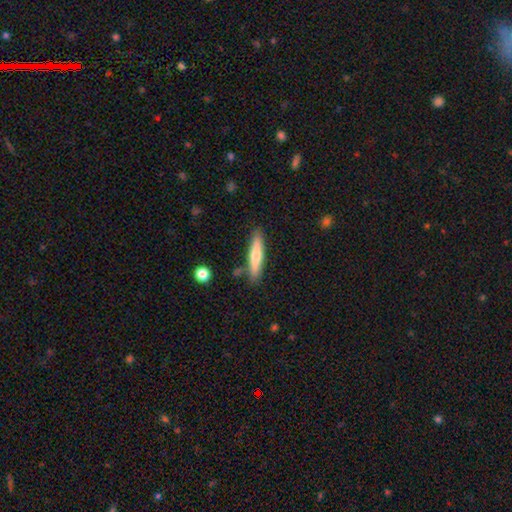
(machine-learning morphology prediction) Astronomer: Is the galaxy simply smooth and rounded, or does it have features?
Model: smooth — 59% (runner-up: featured or disk, 35%).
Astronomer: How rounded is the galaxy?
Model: cigar-shaped — 87%.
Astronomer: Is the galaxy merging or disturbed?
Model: none — 84%.